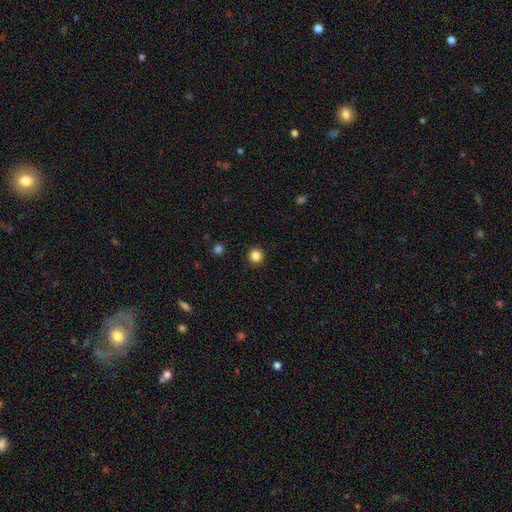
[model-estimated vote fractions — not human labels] Morphology: type=smooth (84%); roundness=round (95%); merging=none (93%).